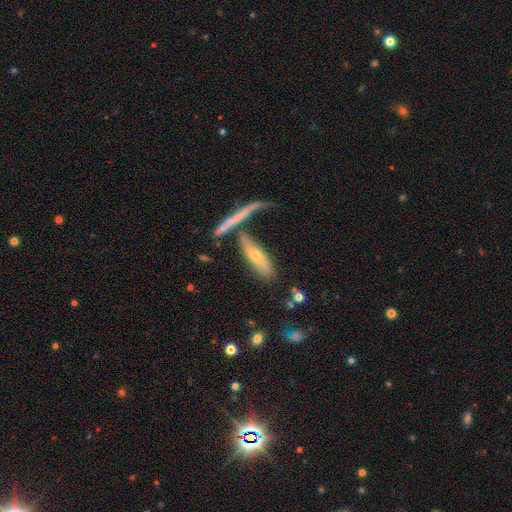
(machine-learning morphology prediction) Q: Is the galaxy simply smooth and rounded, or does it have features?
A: smooth — 47%.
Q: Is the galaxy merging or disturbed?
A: none — 43%.